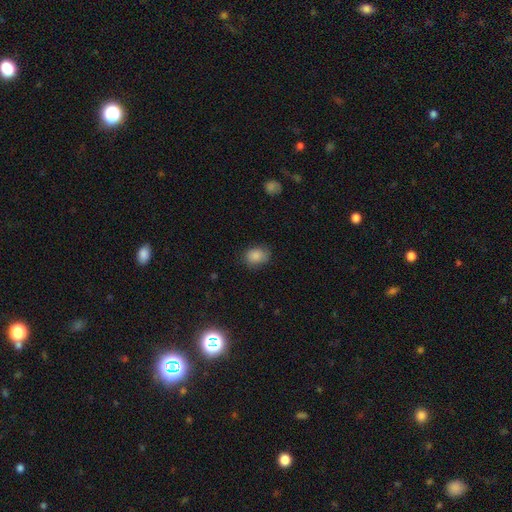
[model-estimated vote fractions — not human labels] Q: Smooth or featured?
A: smooth (86%); runner-up: star or artifact (9%)
Q: How rounded?
A: in between (57%); runner-up: round (42%)
Q: Merging?
A: none (75%); runner-up: minor disturbance (19%)